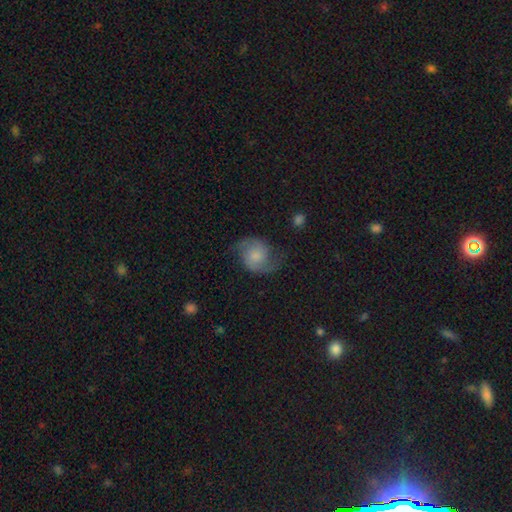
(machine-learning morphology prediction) Smooth or featured? Predicted: featured or disk (p=0.79). Edge-on disk? Predicted: no (p=0.98). Bar? Predicted: no (p=0.70). Spiral arms? Predicted: yes (p=0.96). Spiral winding? Predicted: medium (p=0.48). Spiral arm count? Predicted: 2 (p=0.93). Bulge size? Predicted: small (p=0.38). Merging? Predicted: none (p=0.74).